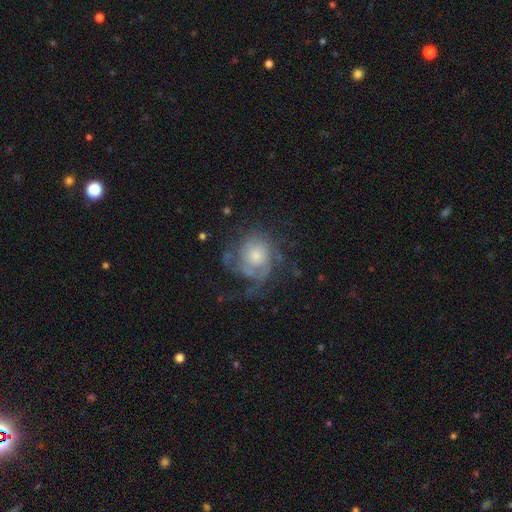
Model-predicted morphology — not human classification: smooth-or-featured: featured or disk: 74% | smooth: 17% | star or artifact: 9%
  disk-edge-on: no: 97% | yes: 3%
    bar: no: 80% | weak: 17% | strong: 3%
    has-spiral-arms: yes: 87% | no: 13%
      spiral-winding: tight: 49% | medium: 34% | loose: 17%
      spiral-arm-count: can't tell: 39% | 2: 19% | 3: 18% | 1: 9% | 4: 9% | more than 4: 6%
    bulge-size: moderate: 47% | small: 39% | large: 10% | none: 3% | dominant: 2%
  merging: none: 56% | major disturbance: 24% | minor disturbance: 19% | merger: 2%